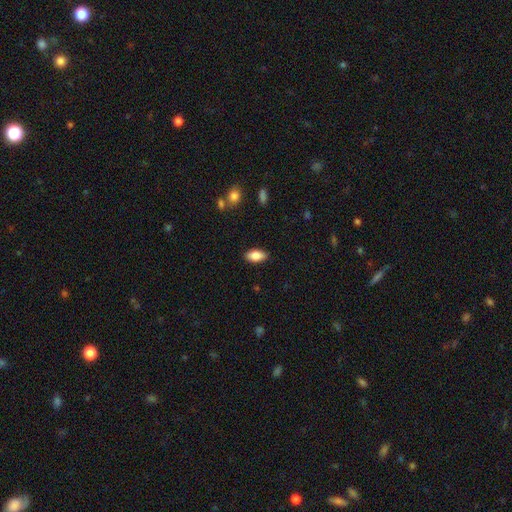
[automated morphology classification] Smooth or featured? smooth (84%)
How rounded? in between (92%)
Merging? none (87%)